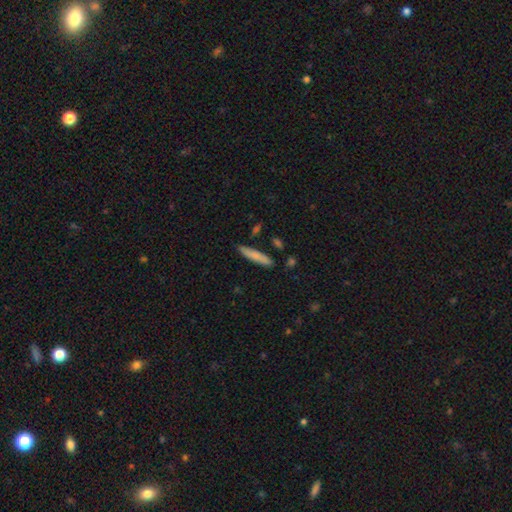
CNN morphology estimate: Smooth or featured? Predicted: smooth (p=0.78). How rounded? Predicted: cigar-shaped (p=0.88). Merging? Predicted: none (p=0.83).